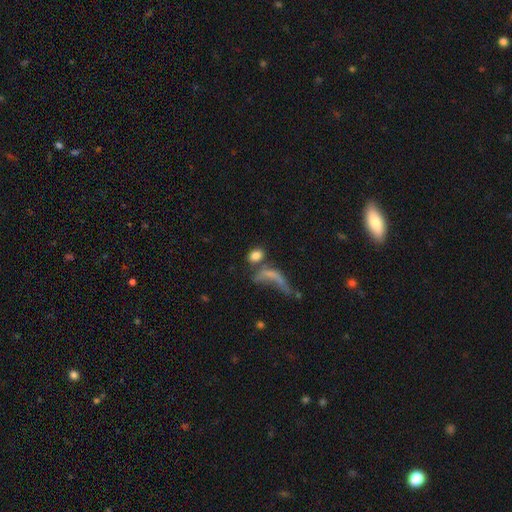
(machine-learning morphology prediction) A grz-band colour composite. It shows a smooth galaxy with no disk features (79%) that is in between round and cigar-shaped (69%). Merging: none (44%).